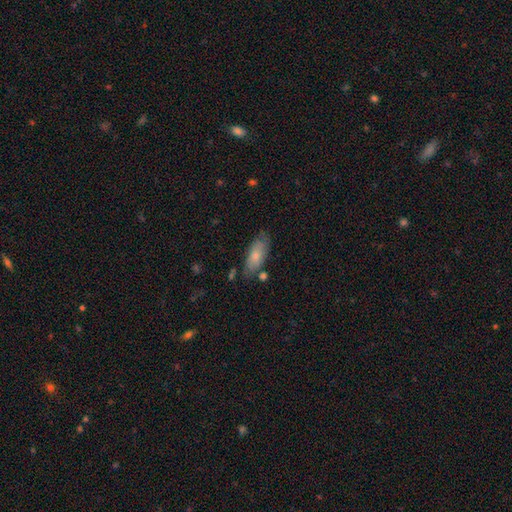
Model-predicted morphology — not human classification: Smooth or featured?
  - smooth: 76% *
  - featured or disk: 18%
  - star or artifact: 6%
How rounded?
  - in between: 78% *
  - cigar-shaped: 20%
  - round: 2%
Merging?
  - none: 69% *
  - minor disturbance: 21%
  - merger: 6%
  - major disturbance: 5%